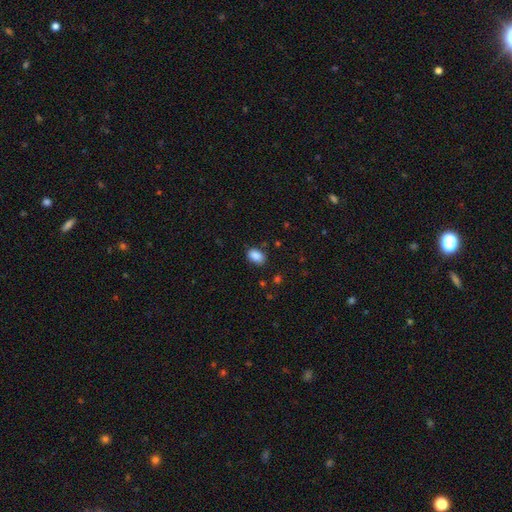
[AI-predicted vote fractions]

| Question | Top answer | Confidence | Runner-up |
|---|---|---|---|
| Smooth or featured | smooth | 88% | star or artifact (8%) |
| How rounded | in between | 86% | round (13%) |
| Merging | none | 83% | minor disturbance (13%) |